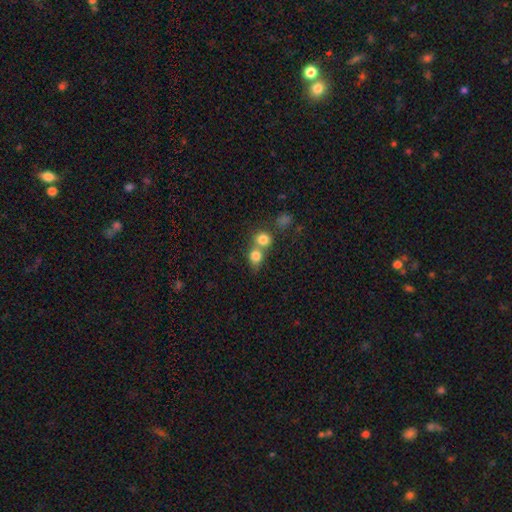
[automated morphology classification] A smooth galaxy with no disk features (80%) that is round (73%).

Vote fractions:
- Smooth or featured? smooth: 80% / star or artifact: 11% / featured or disk: 9%
- How rounded? round: 73% / in between: 26% / cigar-shaped: 1%
- Merging? merger: 54% / none: 36% / minor disturbance: 7% / major disturbance: 4%